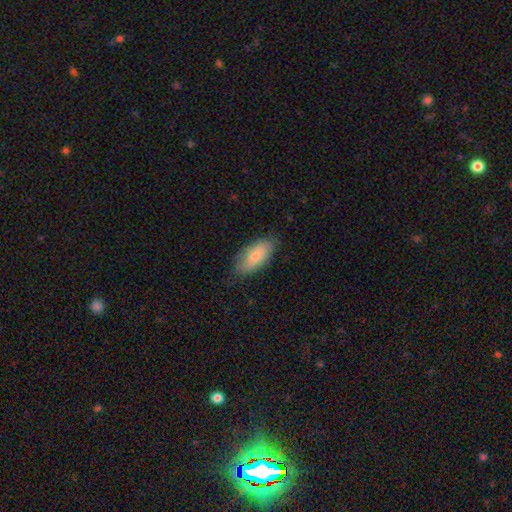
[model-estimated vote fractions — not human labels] Morphology: type=smooth (79%); roundness=in between (89%); merging=none (74%).